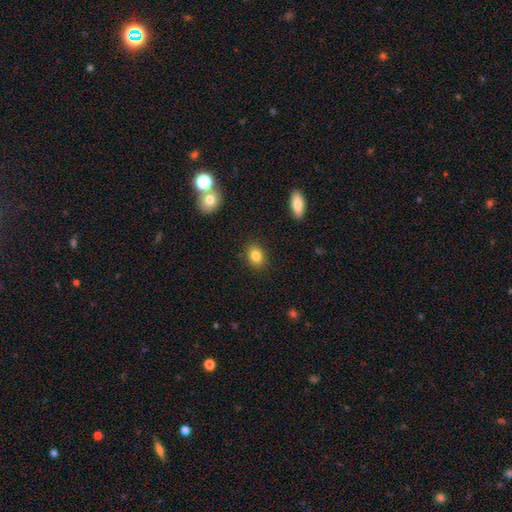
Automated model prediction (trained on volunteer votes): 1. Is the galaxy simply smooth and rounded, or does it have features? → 83% smooth, 10% star or artifact, 7% featured or disk.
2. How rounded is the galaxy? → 58% in between, 41% round, 1% cigar-shaped.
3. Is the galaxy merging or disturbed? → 88% none, 8% minor disturbance, 2% major disturbance, 2% merger.